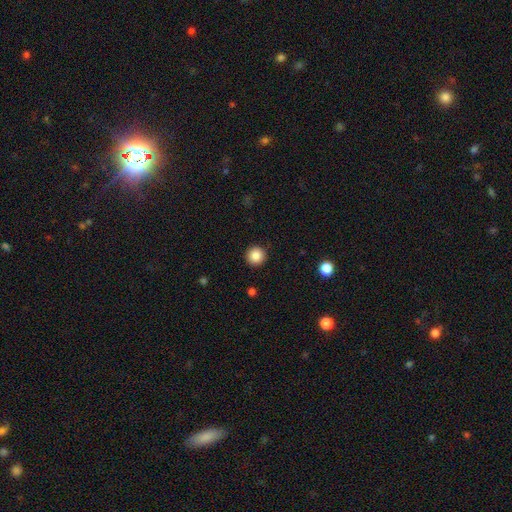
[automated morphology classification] smooth_or_featured: smooth (p=0.86) [alt: star or artifact p=0.10]
how_rounded: round (p=0.96) [alt: in between p=0.03]
merging: none (p=0.93) [alt: minor disturbance p=0.05]